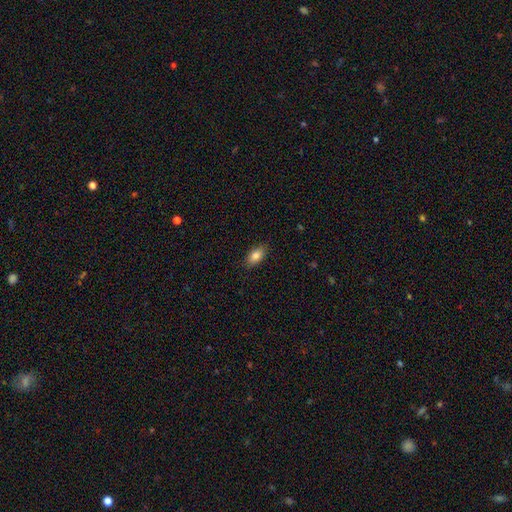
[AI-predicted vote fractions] Q: Smooth or featured?
A: smooth (84%); runner-up: featured or disk (8%)
Q: How rounded?
A: in between (90%); runner-up: round (5%)
Q: Merging?
A: none (87%); runner-up: minor disturbance (10%)